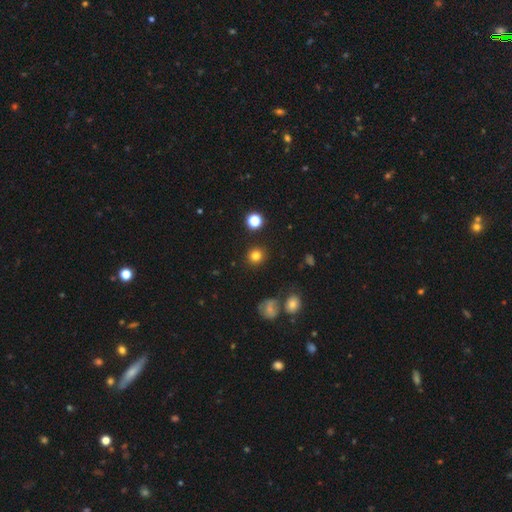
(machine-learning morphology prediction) smooth 80%, star or artifact 14%, featured or disk 6%. Down the decision tree: how rounded — round (90%); merging — none (89%).